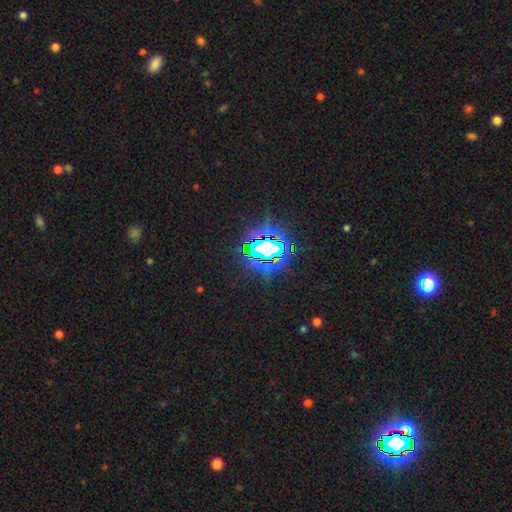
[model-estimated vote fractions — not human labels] star or artifact 78%, smooth 13%, featured or disk 10%.